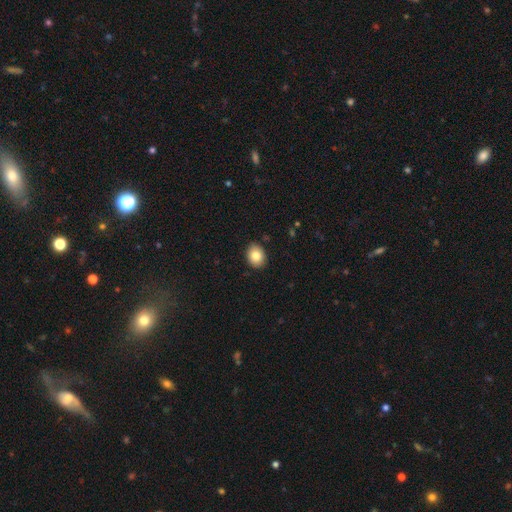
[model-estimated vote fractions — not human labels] This is clearly a smooth galaxy (82%). How rounded: possibly in between (56%). Merging: clearly none (87%).